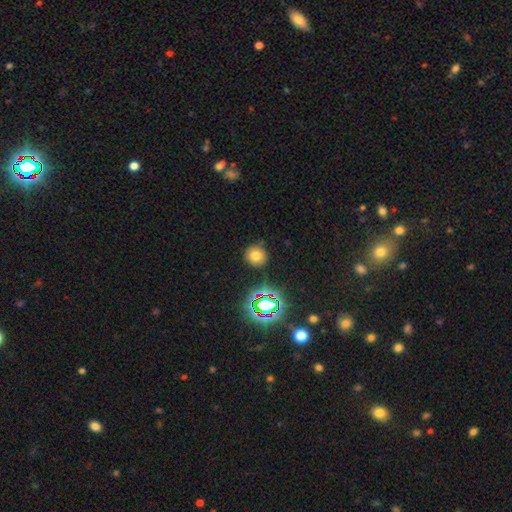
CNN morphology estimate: Overall: smooth (72%). How rounded: round (90%). Merging: none (85%).